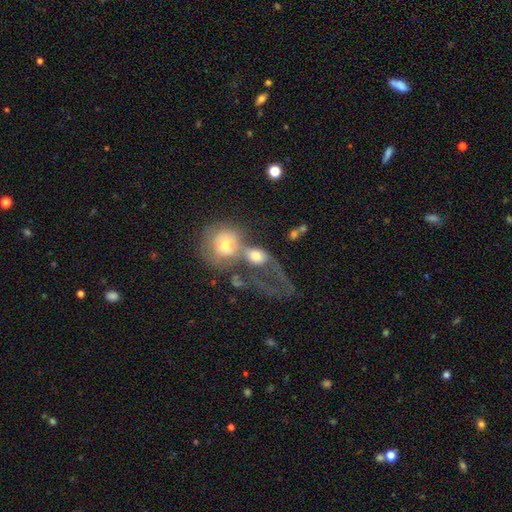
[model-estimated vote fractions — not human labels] Smooth or featured?
  - smooth: 57% *
  - featured or disk: 32%
  - star or artifact: 10%
How rounded?
  - in between: 51% *
  - round: 47%
  - cigar-shaped: 3%
Merging?
  - merger: 63% *
  - major disturbance: 18%
  - none: 12%
  - minor disturbance: 7%